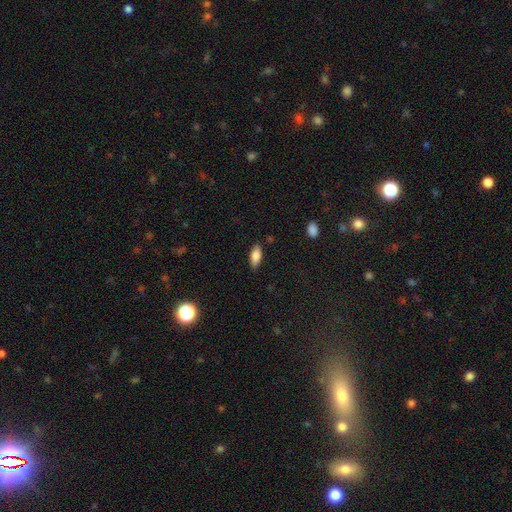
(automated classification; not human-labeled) Morphology: type=smooth (82%); roundness=in between (82%); merging=none (84%).